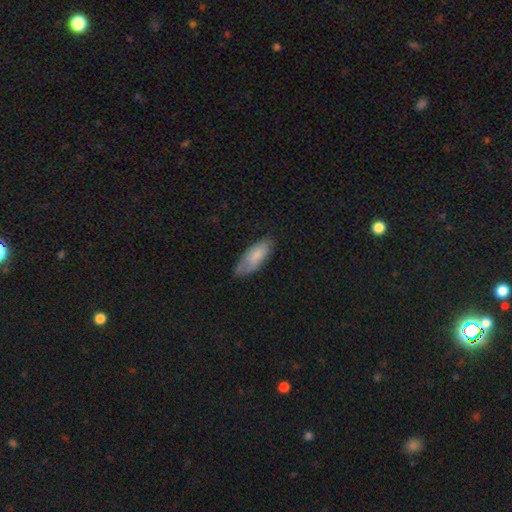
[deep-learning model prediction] Smooth or featured? Predicted: smooth (p=0.77). How rounded? Predicted: in between (p=0.78). Merging? Predicted: none (p=0.58).